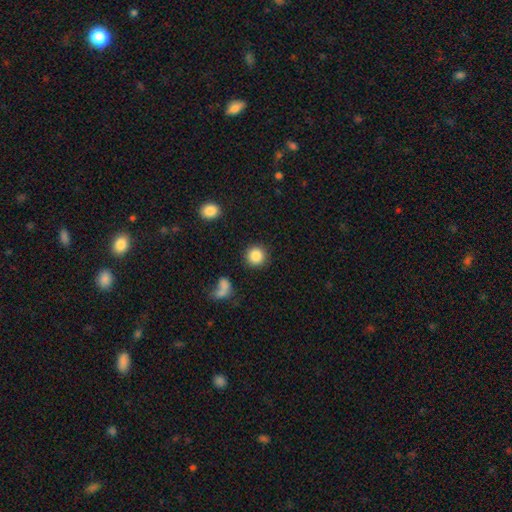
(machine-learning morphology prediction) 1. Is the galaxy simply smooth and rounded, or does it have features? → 86% smooth, 9% star or artifact, 4% featured or disk.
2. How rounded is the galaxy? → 94% round, 5% in between, 1% cigar-shaped.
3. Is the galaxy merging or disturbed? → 88% none, 6% minor disturbance, 3% major disturbance, 3% merger.